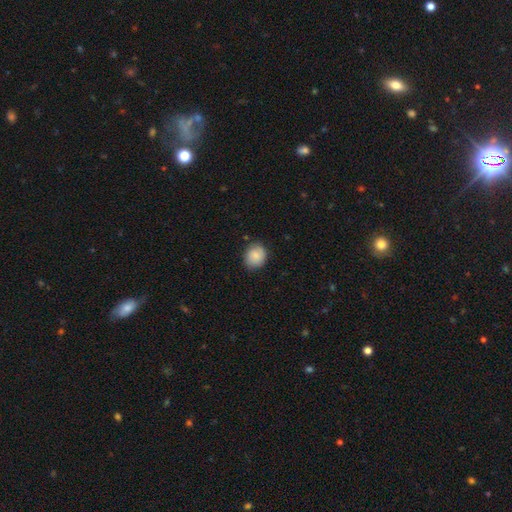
smooth_or_featured: smooth (p=0.79) [alt: featured or disk p=0.15]
how_rounded: round (p=0.65) [alt: in between p=0.35]
merging: none (p=0.89) [alt: minor disturbance p=0.08]